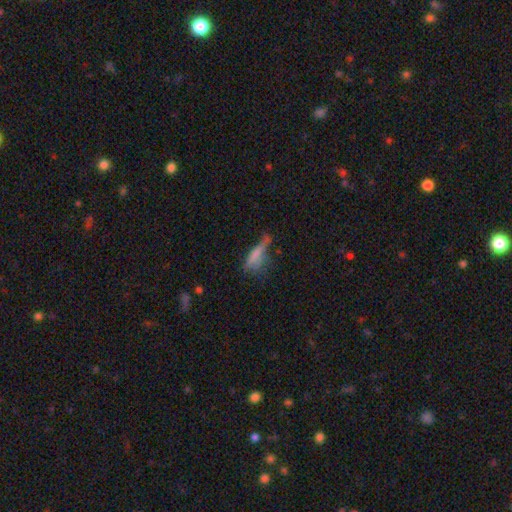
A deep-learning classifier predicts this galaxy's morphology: Smooth or featured? smooth (62%)
How rounded? cigar-shaped (61%)
Merging? major disturbance (32%)